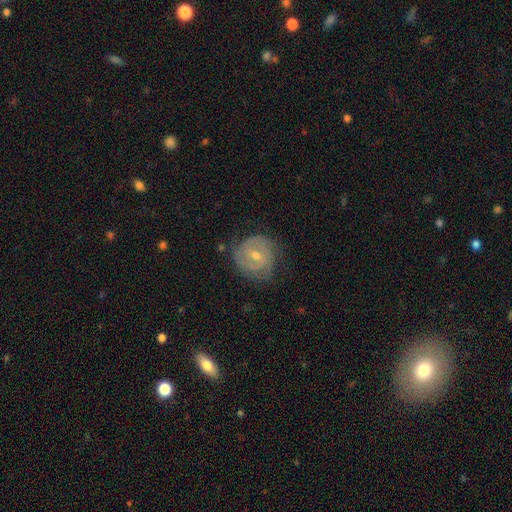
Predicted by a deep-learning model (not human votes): Smooth or featured?
  - featured or disk: 64% *
  - smooth: 29%
  - star or artifact: 7%
Edge-on disk?
  - no: 97% *
  - yes: 3%
Bar?
  - weak: 47% *
  - no: 41%
  - strong: 12%
Spiral arms?
  - yes: 74% *
  - no: 26%
Bulge size?
  - moderate: 54% *
  - small: 42%
  - large: 2%
  - none: 1%
  - dominant: 1%
Merging?
  - none: 68% *
  - minor disturbance: 23%
  - major disturbance: 8%
  - merger: 2%